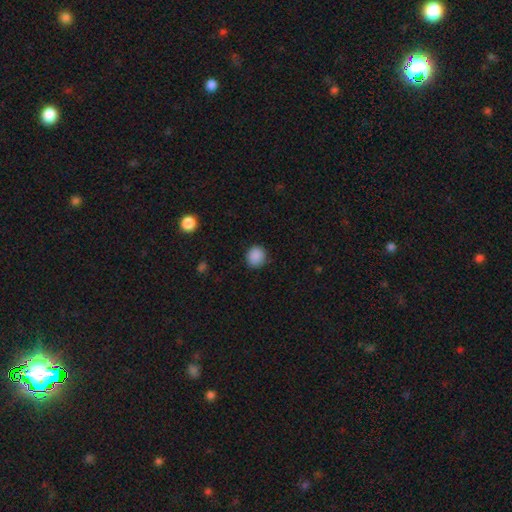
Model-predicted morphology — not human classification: type=smooth (88%); roundness=round (89%); merging=none (89%).